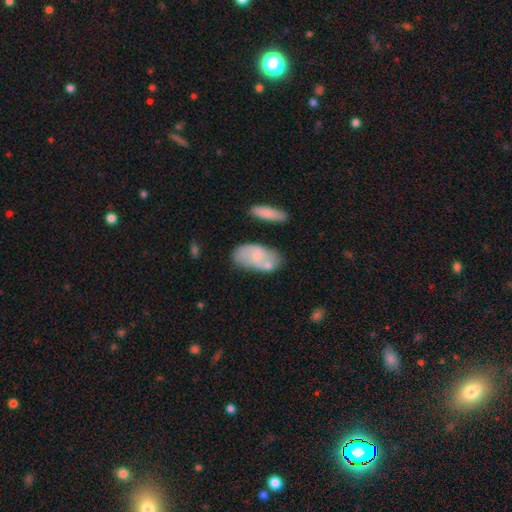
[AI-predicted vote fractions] This appears to be a smooth galaxy with no disk features (62%) that is in between round and cigar-shaped (92%). Merging: none (55%).